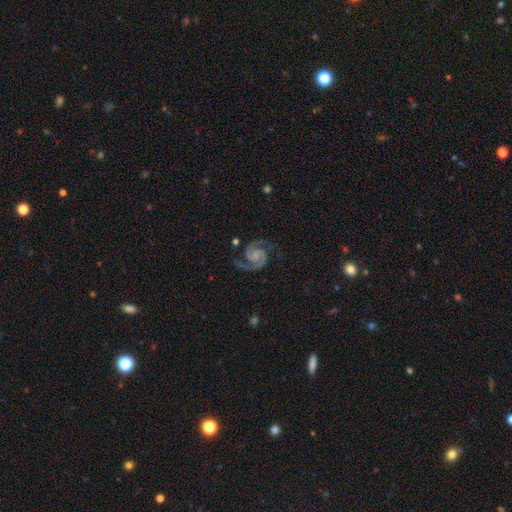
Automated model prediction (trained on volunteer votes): Smooth or featured: featured or disk — 93% (star or artifact — 4%)
Edge-on disk: no — 99% (yes — 1%)
Bar: no — 57% (weak — 33%)
Spiral arms: yes — 99% (no — 1%)
Spiral winding: medium — 55% (tight — 36%)
Spiral arm count: 2 — 94% (3 — 1%)
Bulge size: none — 45% (small — 34%)
Merging: none — 80% (minor disturbance — 13%)